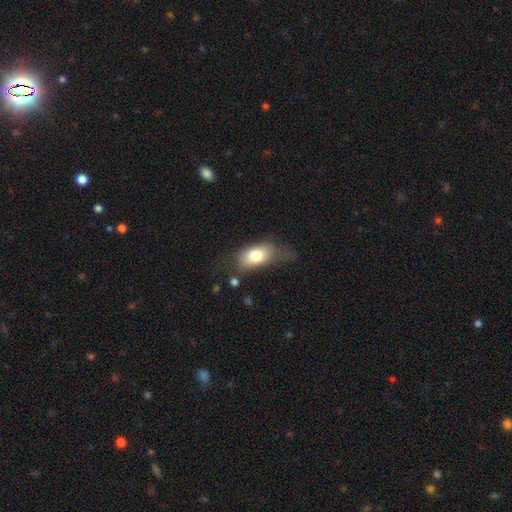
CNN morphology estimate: This is likely a smooth galaxy (77%). How rounded: clearly in between (88%). Merging: possibly none (47%).